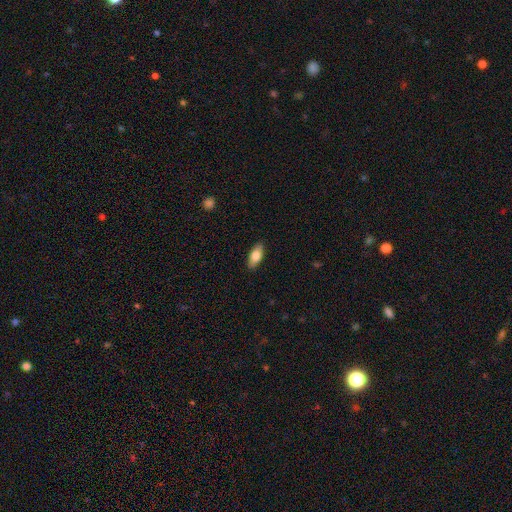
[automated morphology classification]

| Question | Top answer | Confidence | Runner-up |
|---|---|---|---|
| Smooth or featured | smooth | 80% | featured or disk (14%) |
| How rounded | in between | 83% | cigar-shaped (15%) |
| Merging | none | 89% | minor disturbance (9%) |